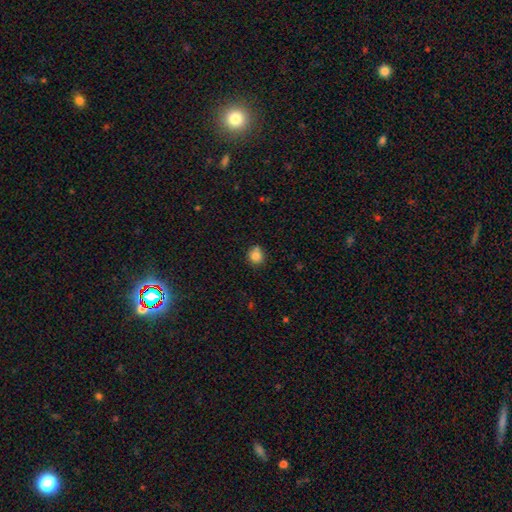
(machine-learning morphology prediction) smooth 83%, star or artifact 11%, featured or disk 7%. Down the decision tree: how rounded — round (83%); merging — none (69%).